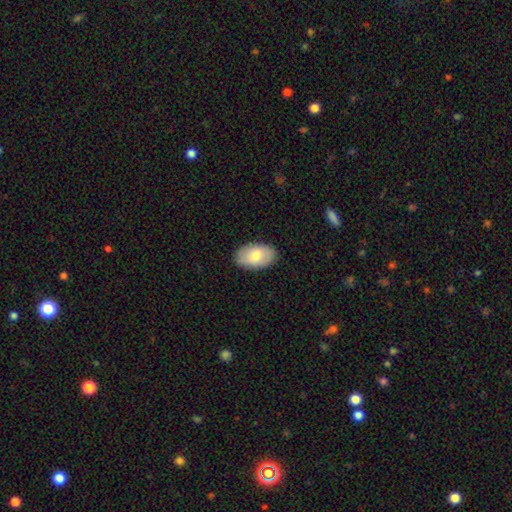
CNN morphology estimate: Smooth or featured: smooth — 75% (featured or disk — 20%)
How rounded: in between — 93% (round — 5%)
Merging: none — 88% (minor disturbance — 9%)